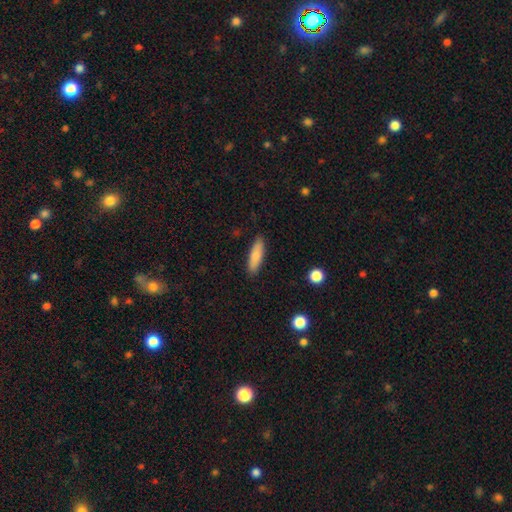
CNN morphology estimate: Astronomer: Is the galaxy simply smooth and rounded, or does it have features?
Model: smooth — 80%.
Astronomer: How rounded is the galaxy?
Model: cigar-shaped — 59% (runner-up: in between, 39%).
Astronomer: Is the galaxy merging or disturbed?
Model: none — 87%.